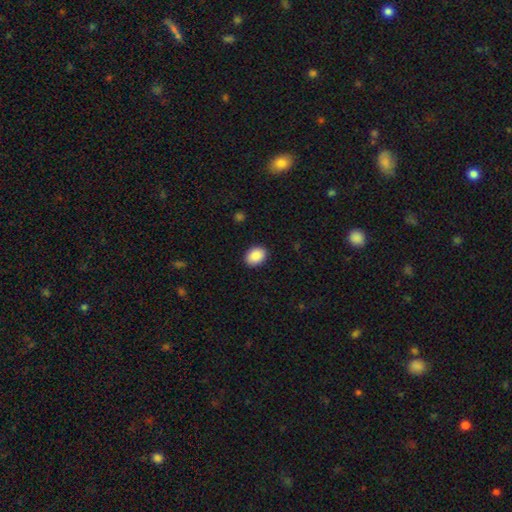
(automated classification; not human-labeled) A smooth galaxy with no disk features (90%) that is in between round and cigar-shaped (68%). Merging: none (90%).